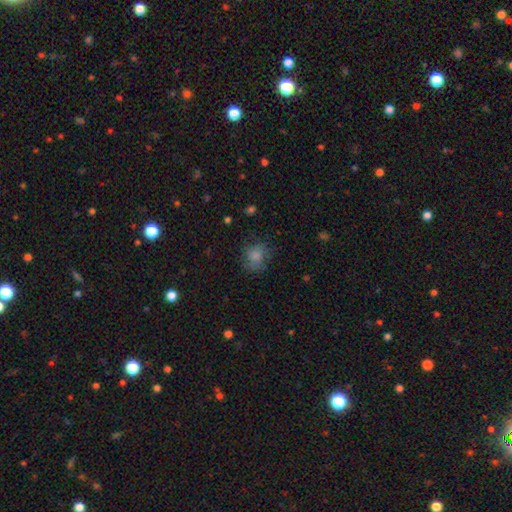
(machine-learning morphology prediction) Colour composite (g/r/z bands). It shows a smooth galaxy with no disk features (75%) that is round (74%). Merging: none (65%).